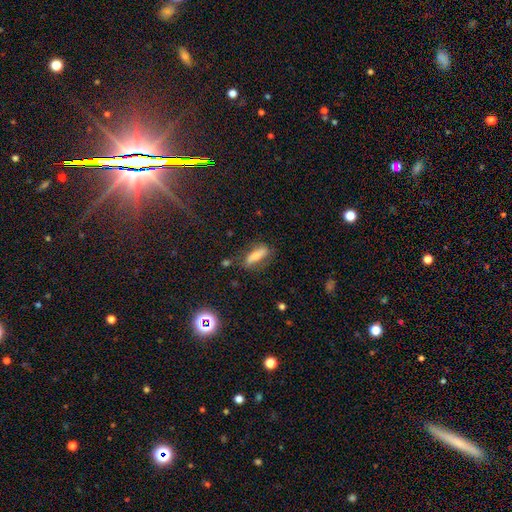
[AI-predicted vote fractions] A smooth galaxy with no disk features (53%) that is in between round and cigar-shaped (48%). Merging: none (72%).